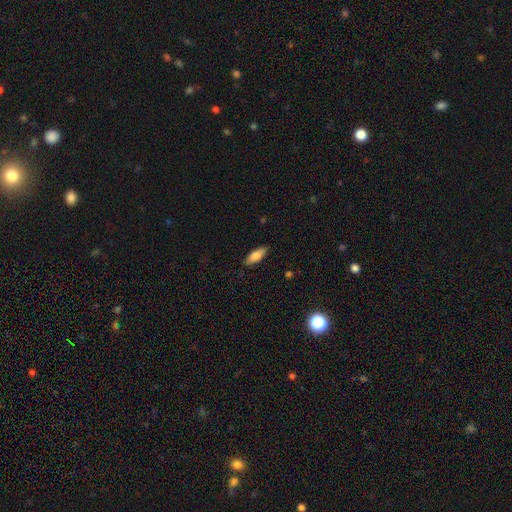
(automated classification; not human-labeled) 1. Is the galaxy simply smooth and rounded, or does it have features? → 78% smooth, 15% featured or disk, 6% star or artifact.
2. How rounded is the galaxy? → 70% in between, 28% cigar-shaped, 2% round.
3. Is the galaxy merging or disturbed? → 86% none, 11% minor disturbance, 2% major disturbance, 1% merger.